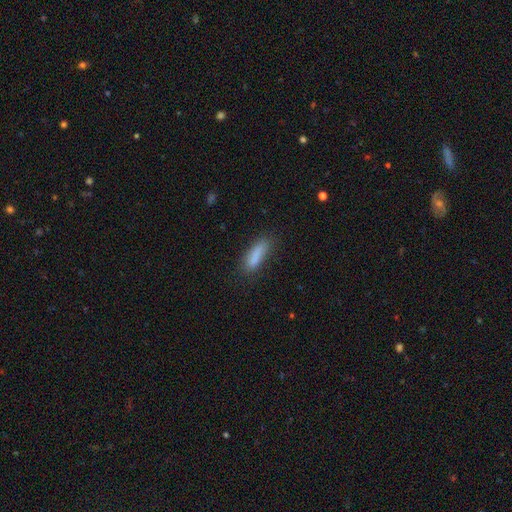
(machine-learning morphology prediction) This appears to be a smooth galaxy with no disk features (85%) that is cigar-shaped (60%). Merging: none (75%).